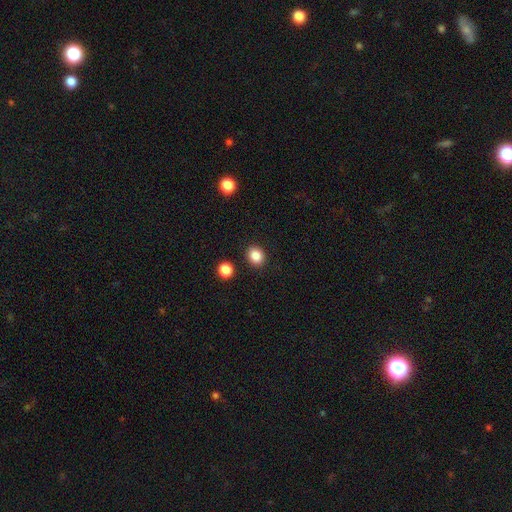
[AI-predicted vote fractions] Smooth or featured? smooth (86%)
How rounded? round (64%)
Merging? none (88%)